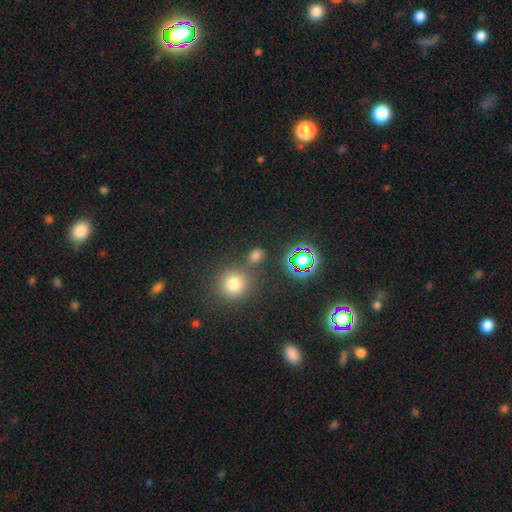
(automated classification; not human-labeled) The model was most divided on "how rounded": round: 61%, in between: 37%, cigar-shaped: 2%. More confident: merging — none (73%); smooth or featured — smooth (65%).